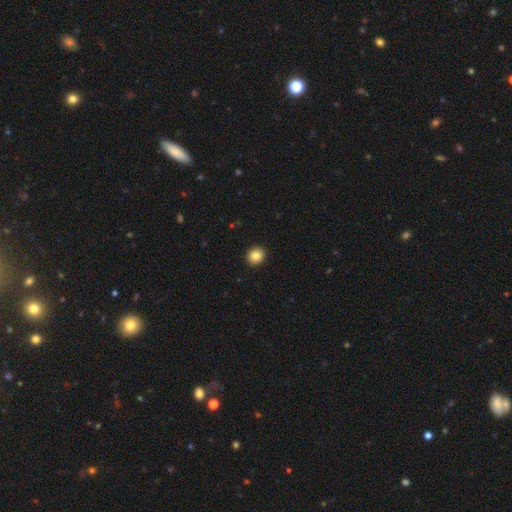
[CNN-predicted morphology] Q: Smooth or featured?
A: smooth (86%); runner-up: star or artifact (9%)
Q: How rounded?
A: round (86%); runner-up: in between (13%)
Q: Merging?
A: none (93%); runner-up: minor disturbance (5%)